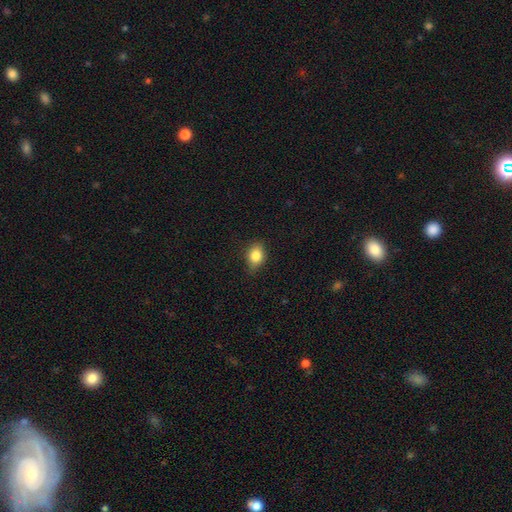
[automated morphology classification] Overall: smooth (83%). How rounded: in between (62%; round 37%). Merging: none (78%).